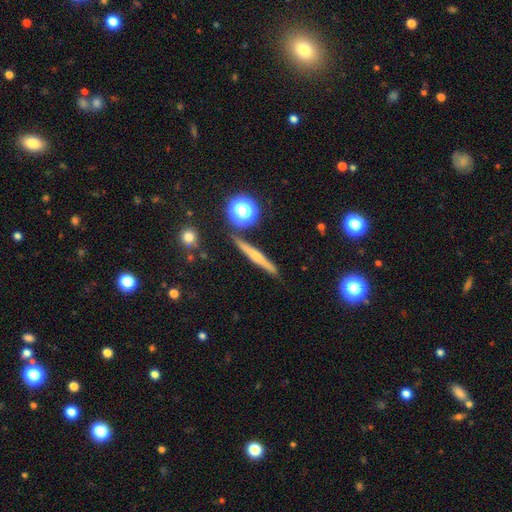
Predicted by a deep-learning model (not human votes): Smooth or featured? featured or disk (50%)
Edge-on disk? yes (96%)
Merging? none (88%)